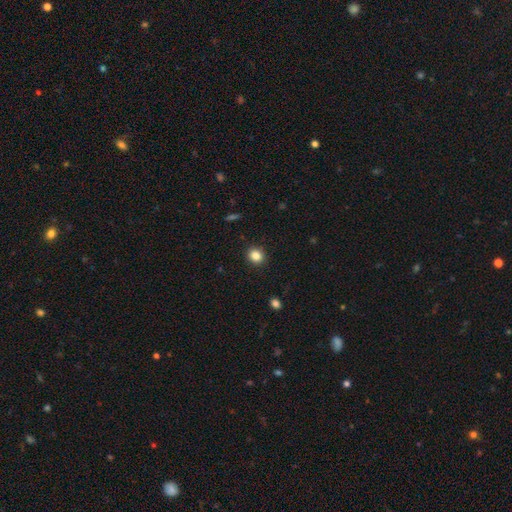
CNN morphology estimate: This appears to be a smooth galaxy with no disk features (85%) that is round (76%). Merging: none (91%).